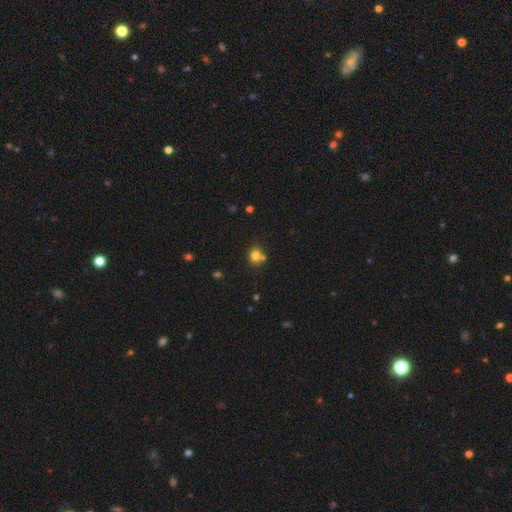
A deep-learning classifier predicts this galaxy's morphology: Smooth or featured? smooth (77%)
How rounded? round (78%)
Merging? none (62%)